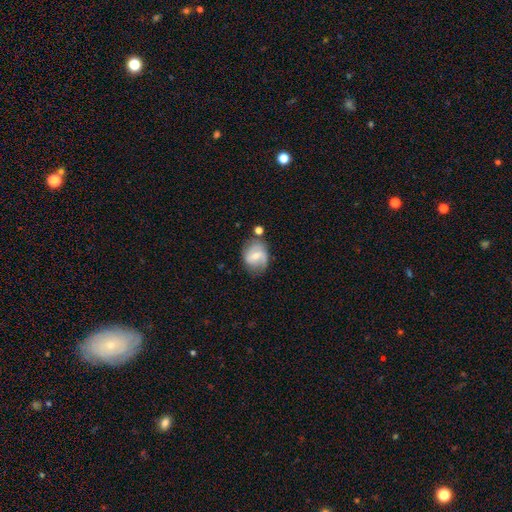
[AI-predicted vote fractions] Overall: featured or disk (60%; smooth 33%). Edge-on disk: no (97%). Bar: weak (52%; no 29%). Spiral arms: yes (85%). Bulge size: small (55%; moderate 39%). Merging: none (61%; minor disturbance 24%).